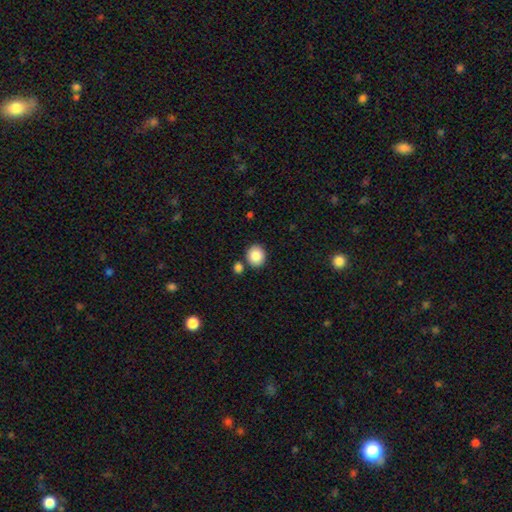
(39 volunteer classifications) Morphology: type=smooth (85%); roundness=round (88%); merging=none (80%).